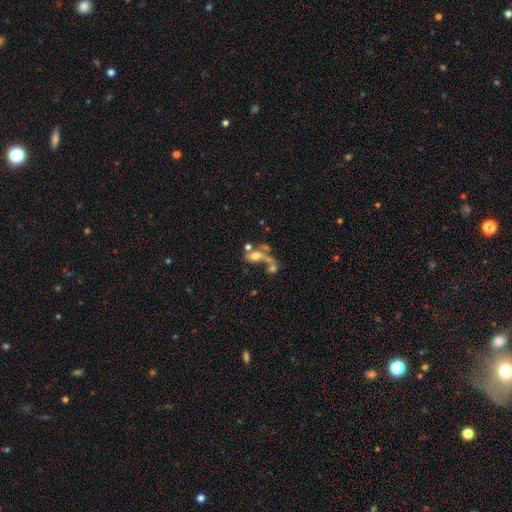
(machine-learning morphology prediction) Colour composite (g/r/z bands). It shows a smooth galaxy with no disk features (46%). Merging: merger (51%).